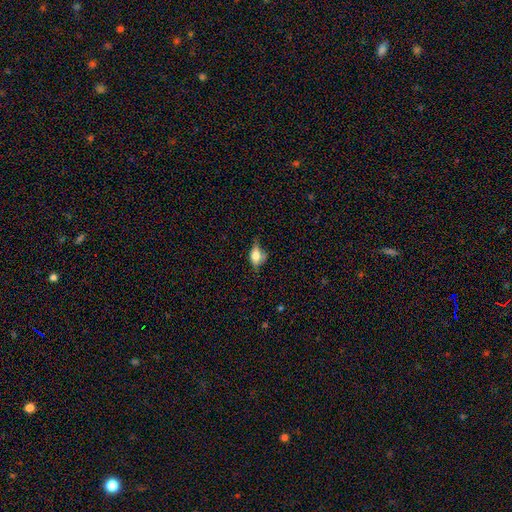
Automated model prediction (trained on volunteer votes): Smooth or featured: smooth — 65% (featured or disk — 24%)
How rounded: in between — 81% (round — 12%)
Merging: none — 41% (minor disturbance — 33%)